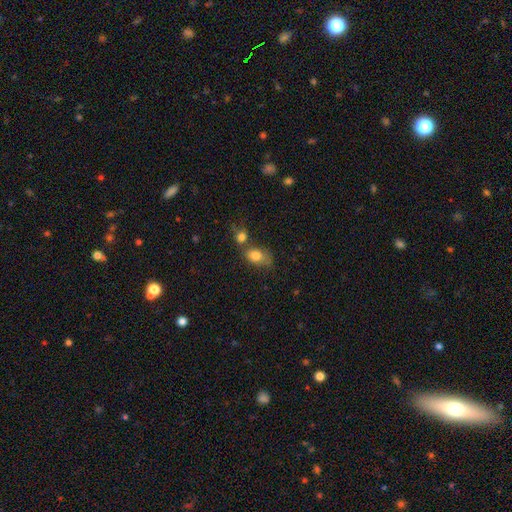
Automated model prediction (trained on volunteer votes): Morphology: type=smooth (80%); roundness=in between (79%); merging=none (38%).